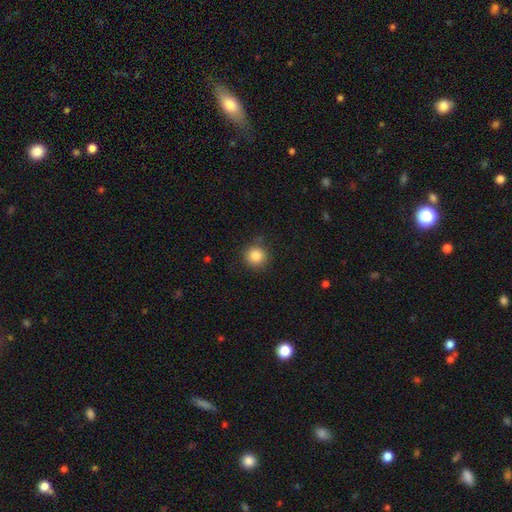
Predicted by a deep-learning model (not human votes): Smooth or featured?
  - smooth: 85% *
  - star or artifact: 10%
  - featured or disk: 4%
How rounded?
  - round: 93% *
  - in between: 6%
  - cigar-shaped: 1%
Merging?
  - none: 83% *
  - minor disturbance: 12%
  - major disturbance: 3%
  - merger: 2%